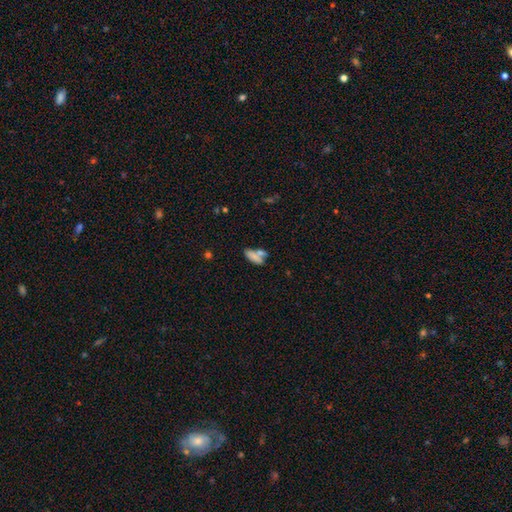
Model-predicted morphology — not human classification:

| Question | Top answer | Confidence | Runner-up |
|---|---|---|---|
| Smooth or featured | smooth | 74% | featured or disk (16%) |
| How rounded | in between | 70% | cigar-shaped (26%) |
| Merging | merger | 42% | none (39%) |